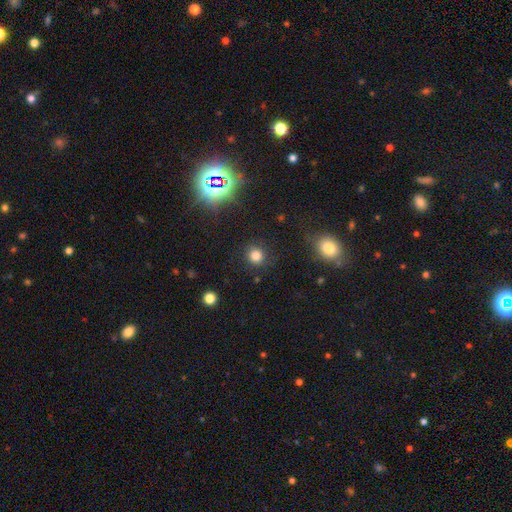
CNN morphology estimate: smooth-or-featured: smooth: 79% | star or artifact: 16% | featured or disk: 5%
  how-rounded: round: 90% | in between: 9% | cigar-shaped: 1%
  merging: none: 85% | minor disturbance: 9% | major disturbance: 4% | merger: 2%